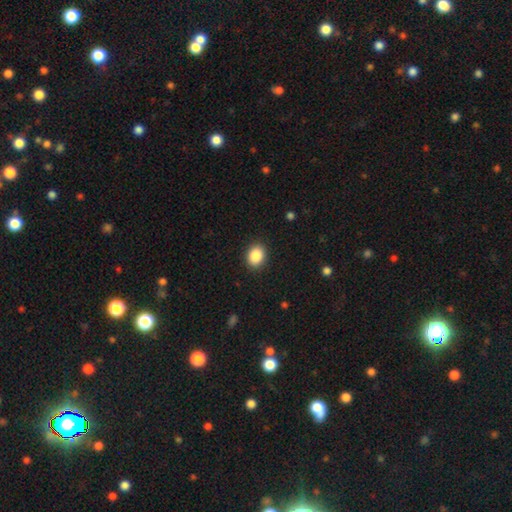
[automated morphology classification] This is clearly a smooth galaxy (88%). How rounded: possibly in between (55%). Merging: clearly none (90%).